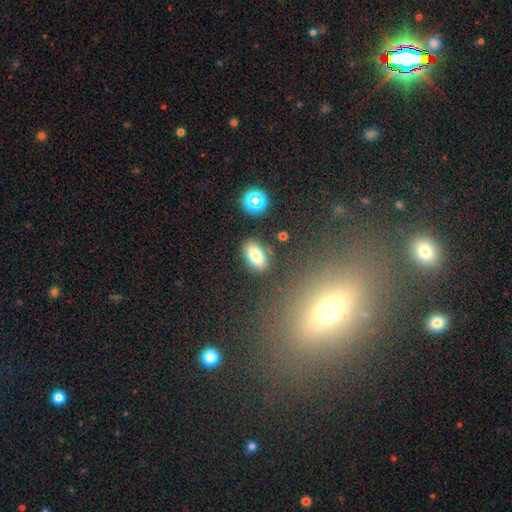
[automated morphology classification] Smooth or featured: smooth — 78% (featured or disk — 11%)
How rounded: in between — 89% (round — 7%)
Merging: none — 84% (minor disturbance — 10%)